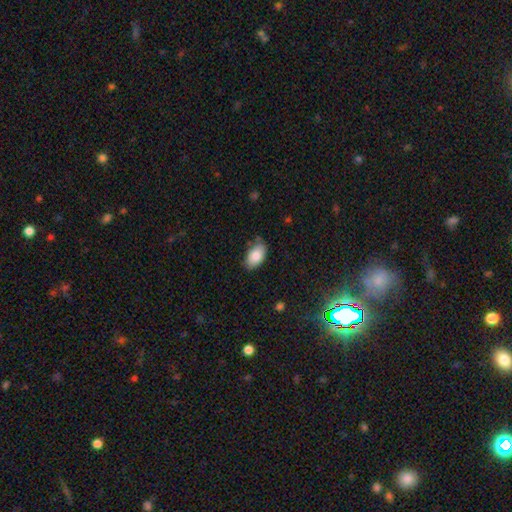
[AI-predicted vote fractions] smooth 85%, featured or disk 8%, star or artifact 7%. Down the decision tree: how rounded — in between (93%); merging — none (75%).